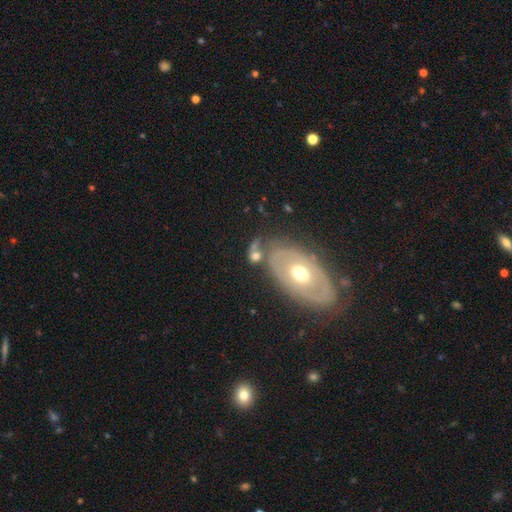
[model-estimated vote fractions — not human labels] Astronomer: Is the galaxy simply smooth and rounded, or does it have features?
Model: smooth — 51% (runner-up: featured or disk, 37%).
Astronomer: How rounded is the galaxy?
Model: in between — 61% (runner-up: round, 36%).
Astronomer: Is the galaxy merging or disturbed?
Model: none — 41% (runner-up: merger, 28%).